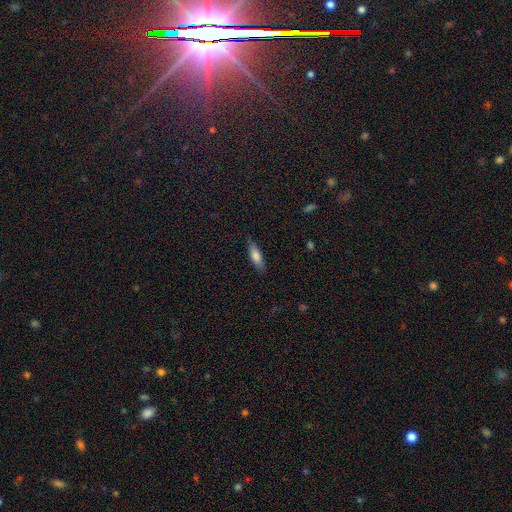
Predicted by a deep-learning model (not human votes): Smooth or featured?
  - smooth: 75% *
  - featured or disk: 18%
  - star or artifact: 7%
How rounded?
  - cigar-shaped: 50% *
  - in between: 49%
  - round: 2%
Merging?
  - none: 82% *
  - minor disturbance: 14%
  - major disturbance: 3%
  - merger: 1%